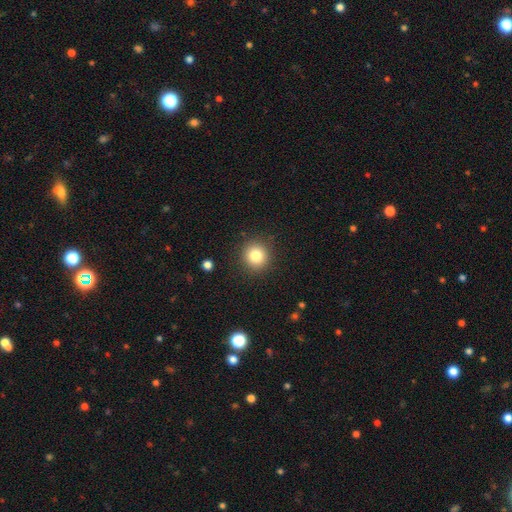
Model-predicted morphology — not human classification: This is clearly a smooth galaxy (81%). How rounded: clearly round (92%). Merging: clearly none (90%).